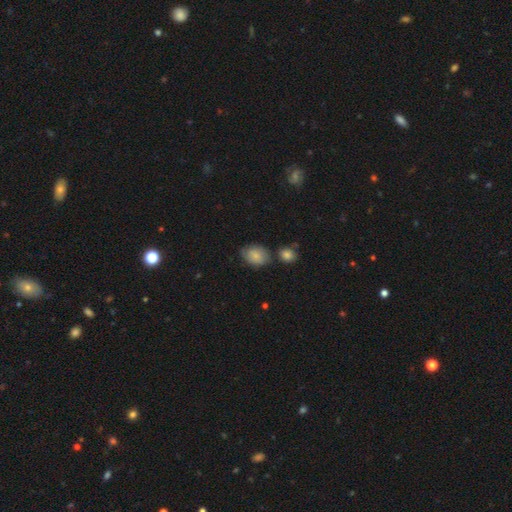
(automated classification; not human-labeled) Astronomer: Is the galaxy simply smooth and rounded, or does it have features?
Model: smooth — 78%.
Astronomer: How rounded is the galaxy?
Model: in between — 68%.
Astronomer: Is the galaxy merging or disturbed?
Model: none — 62%.